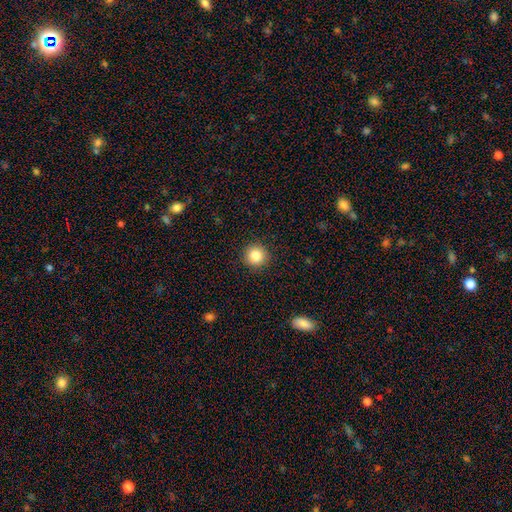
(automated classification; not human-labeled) A smooth galaxy with no disk features (85%) that is round (95%). Merging: none (92%).